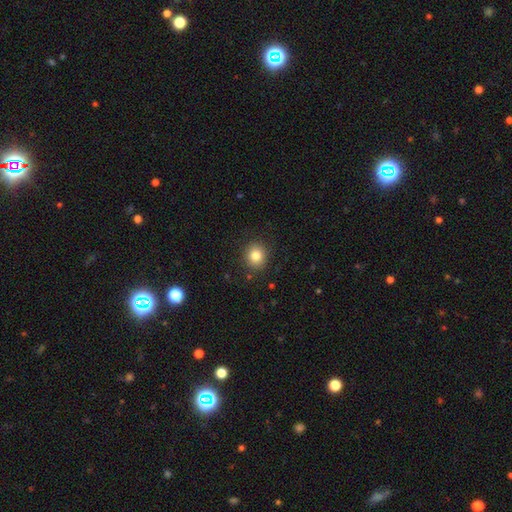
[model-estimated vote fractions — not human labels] This is clearly a smooth galaxy (83%). How rounded: likely round (80%). Merging: clearly none (88%).